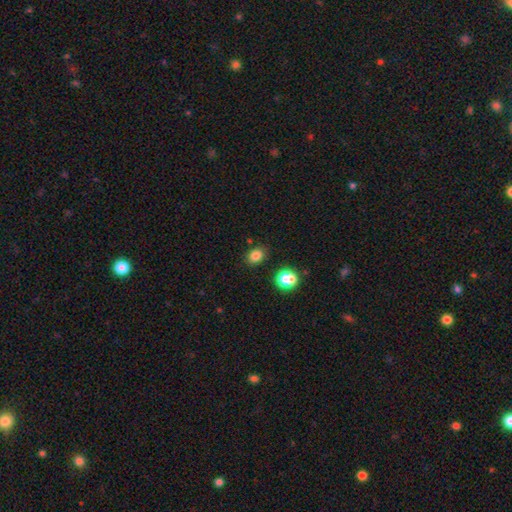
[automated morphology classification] Q: Smooth or featured?
A: smooth (81%); runner-up: star or artifact (14%)
Q: How rounded?
A: in between (52%); runner-up: round (47%)
Q: Merging?
A: none (84%); runner-up: minor disturbance (9%)